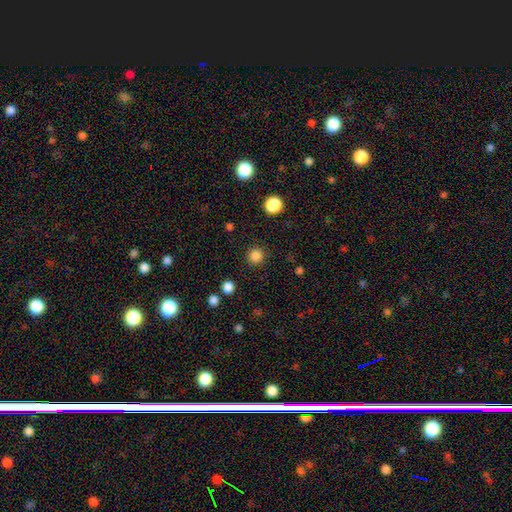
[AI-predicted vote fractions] The model was most divided on "smooth or featured": smooth: 84%, star or artifact: 13%, featured or disk: 3%. More confident: how rounded — round (94%); merging — none (90%).